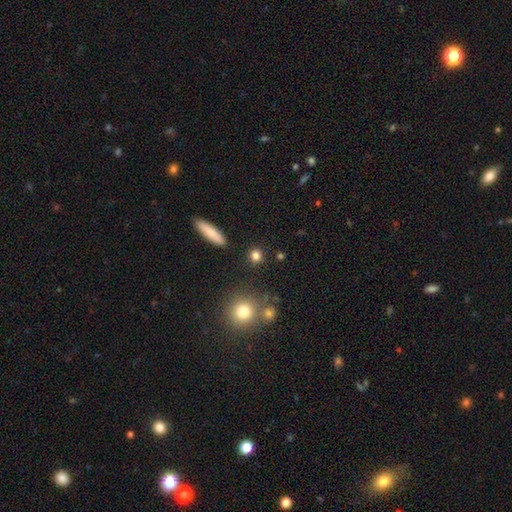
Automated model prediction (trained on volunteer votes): Morphology: type=smooth (82%); roundness=round (82%); merging=none (86%).